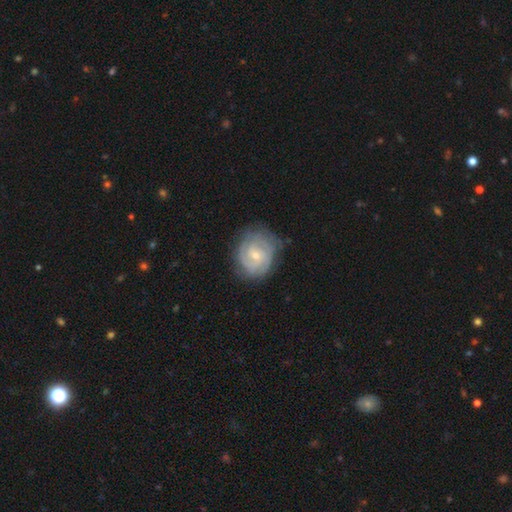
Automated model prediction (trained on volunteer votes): Smooth or featured? featured or disk (83%)
Edge-on disk? no (98%)
Bar? no (56%)
Spiral arms? yes (96%)
Spiral winding? tight (75%)
Spiral arm count? 2 (38%)
Bulge size? small (66%)
Merging? none (73%)